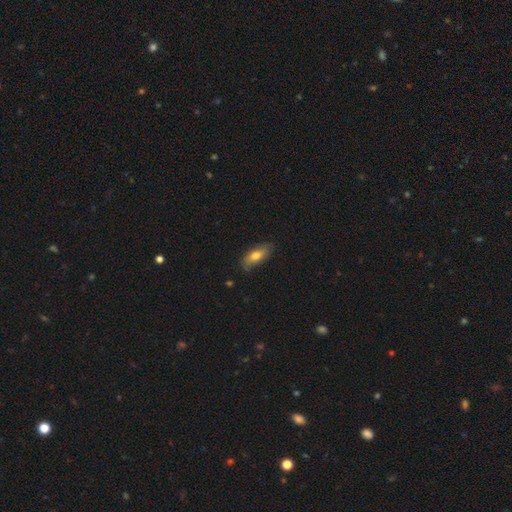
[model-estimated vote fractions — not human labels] Q: Smooth or featured?
A: smooth (69%); runner-up: featured or disk (24%)
Q: How rounded?
A: in between (80%); runner-up: cigar-shaped (16%)
Q: Merging?
A: none (76%); runner-up: minor disturbance (20%)